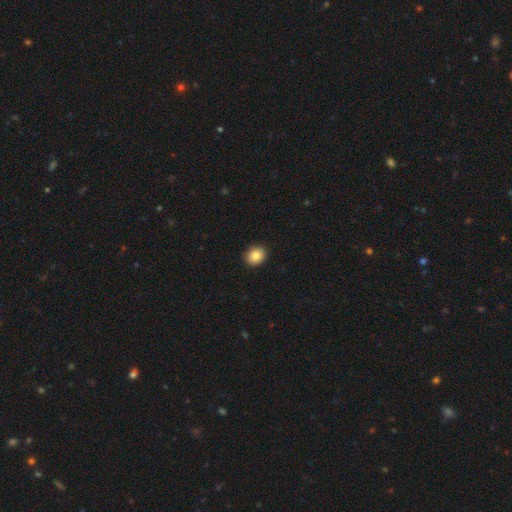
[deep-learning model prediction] Q: Smooth or featured?
A: smooth (86%); runner-up: star or artifact (9%)
Q: How rounded?
A: round (62%); runner-up: in between (37%)
Q: Merging?
A: none (91%); runner-up: minor disturbance (6%)